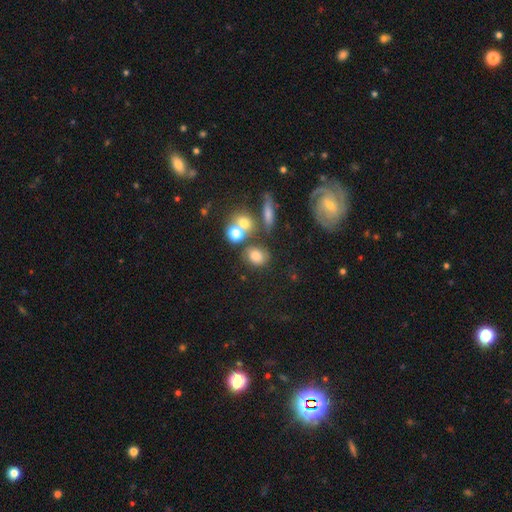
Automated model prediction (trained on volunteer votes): Smooth or featured? smooth (71%)
How rounded? round (55%)
Merging? none (55%)